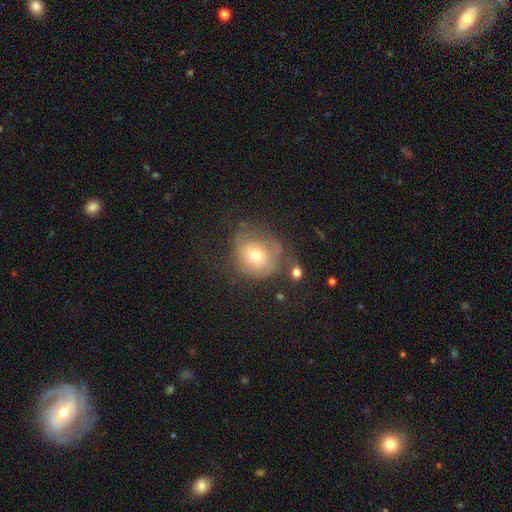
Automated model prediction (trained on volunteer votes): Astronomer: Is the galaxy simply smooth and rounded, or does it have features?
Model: smooth — 49% (runner-up: featured or disk, 41%).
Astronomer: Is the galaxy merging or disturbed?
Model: none — 43% (runner-up: major disturbance, 26%).